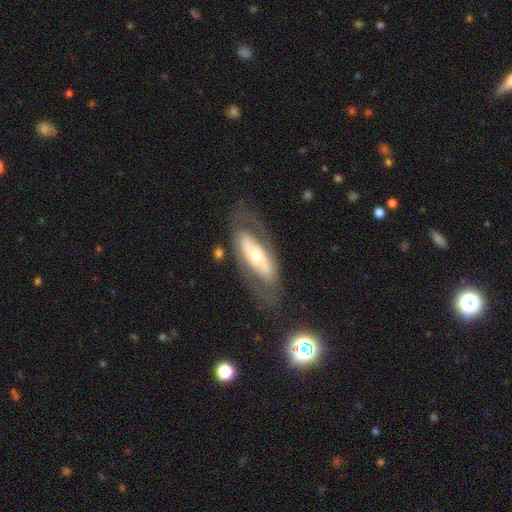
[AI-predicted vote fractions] Smooth or featured?
  - featured or disk: 67% *
  - smooth: 28%
  - star or artifact: 6%
Edge-on disk?
  - no: 82% *
  - yes: 18%
Bar?
  - no: 57% *
  - strong: 25%
  - weak: 18%
Spiral arms?
  - no: 62% *
  - yes: 38%
Bulge size?
  - moderate: 60% *
  - small: 27%
  - large: 9%
  - dominant: 2%
  - none: 1%
Merging?
  - none: 67% *
  - minor disturbance: 16%
  - major disturbance: 13%
  - merger: 3%